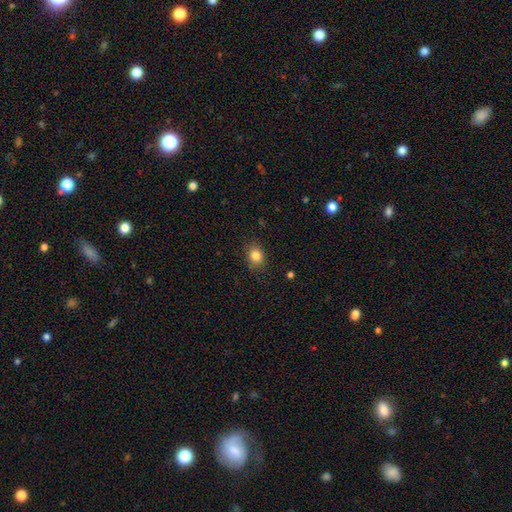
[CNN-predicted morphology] Q: Smooth or featured?
A: smooth (84%); runner-up: star or artifact (10%)
Q: How rounded?
A: round (55%); runner-up: in between (44%)
Q: Merging?
A: none (84%); runner-up: minor disturbance (12%)